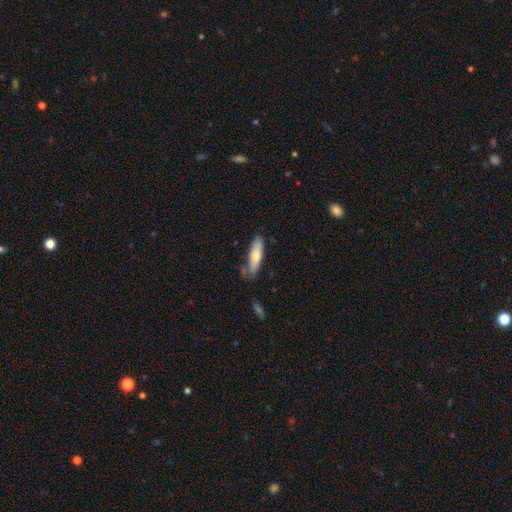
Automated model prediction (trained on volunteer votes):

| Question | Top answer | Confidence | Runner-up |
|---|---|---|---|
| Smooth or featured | smooth | 71% | featured or disk (24%) |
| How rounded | cigar-shaped | 66% | in between (32%) |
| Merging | none | 68% | minor disturbance (22%) |